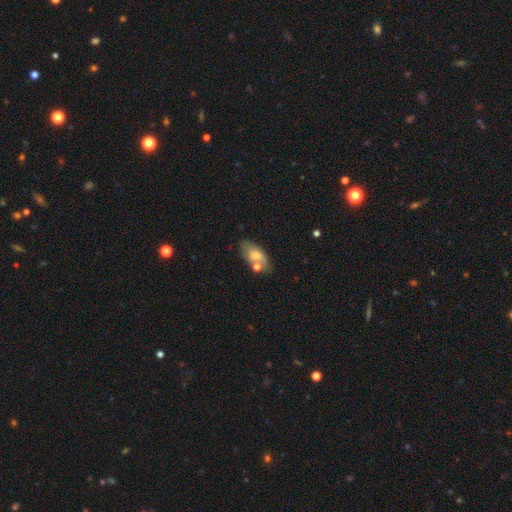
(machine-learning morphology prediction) Smooth or featured?
  - smooth: 67% *
  - featured or disk: 25%
  - star or artifact: 8%
How rounded?
  - in between: 89% *
  - cigar-shaped: 6%
  - round: 5%
Merging?
  - none: 56% *
  - minor disturbance: 20%
  - merger: 18%
  - major disturbance: 6%